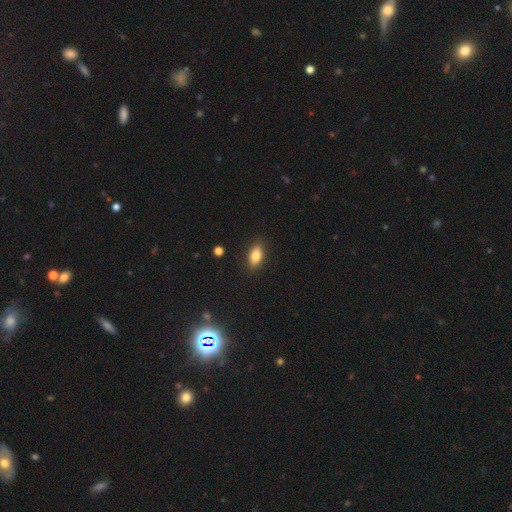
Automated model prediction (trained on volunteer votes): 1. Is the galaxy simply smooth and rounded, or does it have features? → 82% smooth, 10% featured or disk, 8% star or artifact.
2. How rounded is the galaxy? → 86% in between, 8% cigar-shaped, 6% round.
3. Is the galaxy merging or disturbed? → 87% none, 10% minor disturbance, 2% major disturbance, 1% merger.